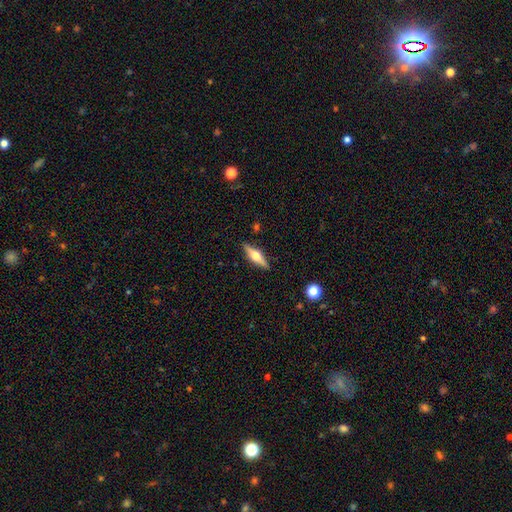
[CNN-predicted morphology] Q: Smooth or featured?
A: featured or disk (67%); runner-up: smooth (27%)
Q: Edge-on disk?
A: yes (96%); runner-up: no (4%)
Q: Edge-on bulge?
A: rounded (94%); runner-up: boxy (4%)
Q: Merging?
A: none (89%); runner-up: minor disturbance (8%)